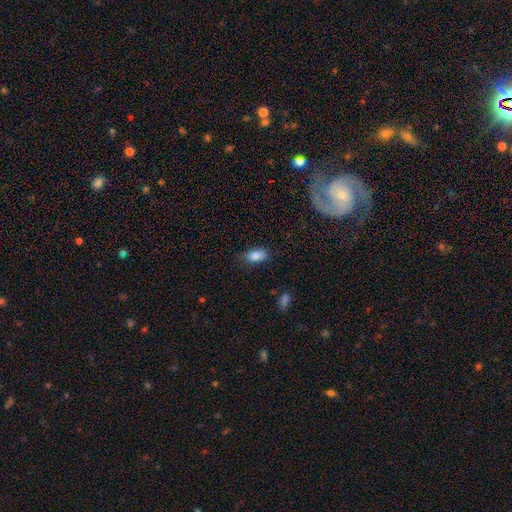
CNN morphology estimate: Q: Smooth or featured?
A: smooth (85%); runner-up: star or artifact (8%)
Q: How rounded?
A: in between (90%); runner-up: round (6%)
Q: Merging?
A: none (75%); runner-up: minor disturbance (20%)